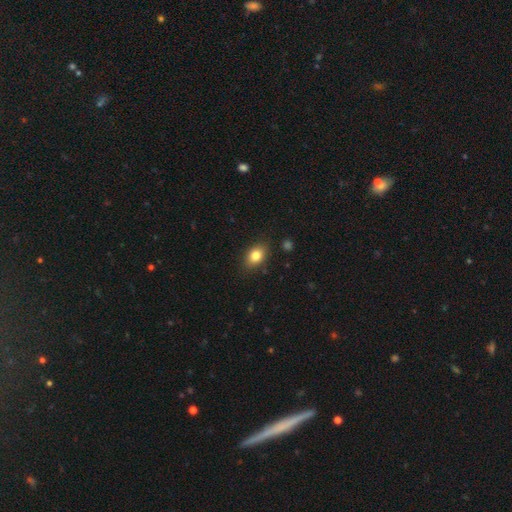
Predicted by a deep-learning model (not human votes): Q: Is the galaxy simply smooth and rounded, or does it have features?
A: smooth — 82%.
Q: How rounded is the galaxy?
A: in between — 74%.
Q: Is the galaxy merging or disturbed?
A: none — 85%.